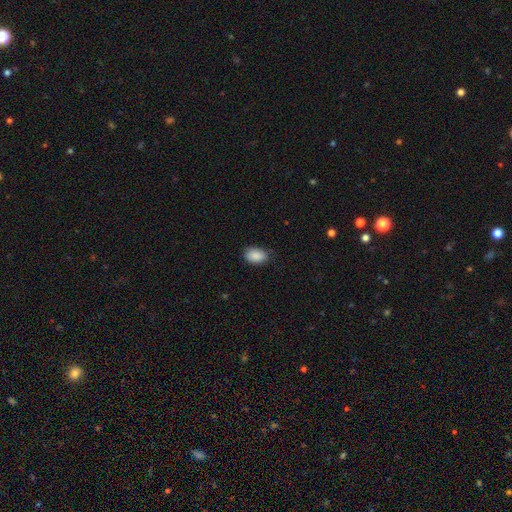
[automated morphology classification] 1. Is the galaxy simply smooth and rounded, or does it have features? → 88% smooth, 7% star or artifact, 5% featured or disk.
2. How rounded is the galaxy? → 88% in between, 11% round, 1% cigar-shaped.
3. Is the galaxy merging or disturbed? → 75% none, 20% minor disturbance, 4% major disturbance, 1% merger.